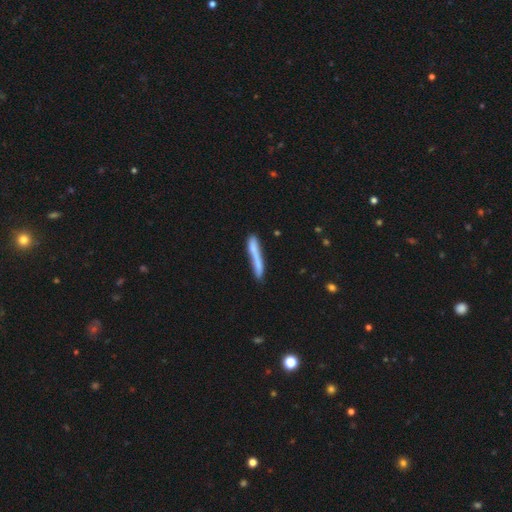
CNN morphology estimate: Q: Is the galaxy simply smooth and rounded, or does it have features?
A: smooth — 65%.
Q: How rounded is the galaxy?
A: cigar-shaped — 95%.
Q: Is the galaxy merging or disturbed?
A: none — 68%.